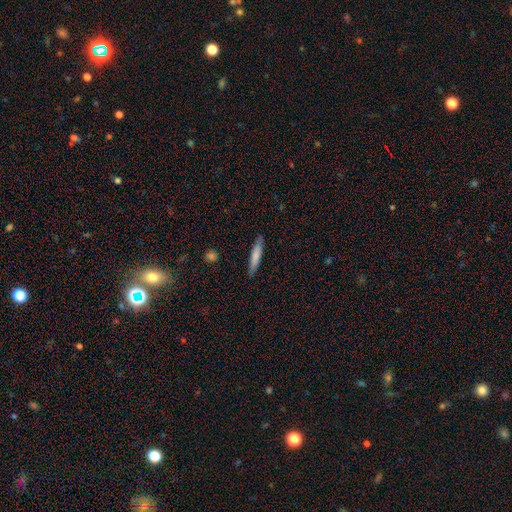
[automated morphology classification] smooth 76%, featured or disk 18%, star or artifact 6%. Down the decision tree: how rounded — cigar-shaped (89%); merging — none (87%).